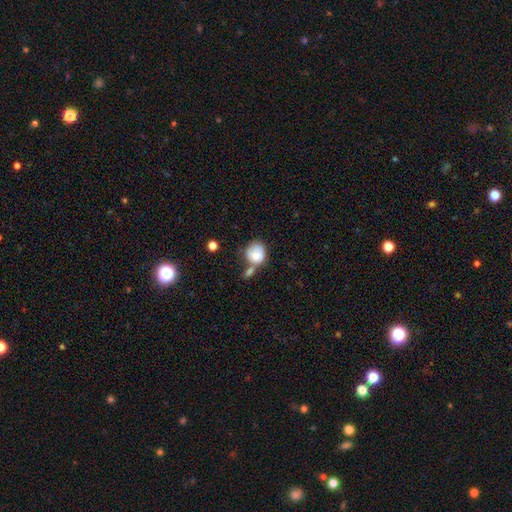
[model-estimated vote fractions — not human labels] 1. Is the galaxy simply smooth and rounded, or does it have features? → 72% smooth, 20% featured or disk, 8% star or artifact.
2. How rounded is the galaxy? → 72% round, 27% in between, 1% cigar-shaped.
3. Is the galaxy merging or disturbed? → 37% merger, 36% none, 18% minor disturbance, 9% major disturbance.